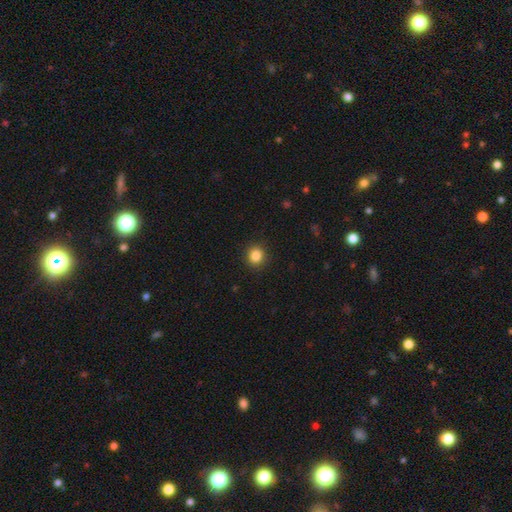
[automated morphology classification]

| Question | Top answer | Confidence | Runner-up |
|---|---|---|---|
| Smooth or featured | smooth | 85% | star or artifact (11%) |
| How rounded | round | 89% | in between (10%) |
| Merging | none | 92% | minor disturbance (6%) |